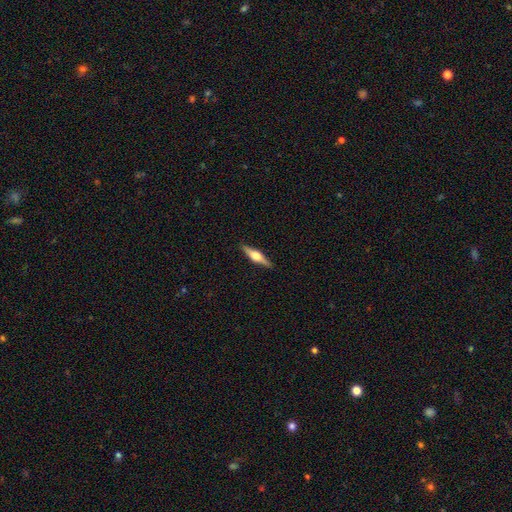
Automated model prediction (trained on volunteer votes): The model was most divided on "smooth or featured": featured or disk: 66%, smooth: 29%, star or artifact: 6%. More confident: edge-on disk — yes (97%); edge-on bulge — rounded (93%); merging — none (90%).